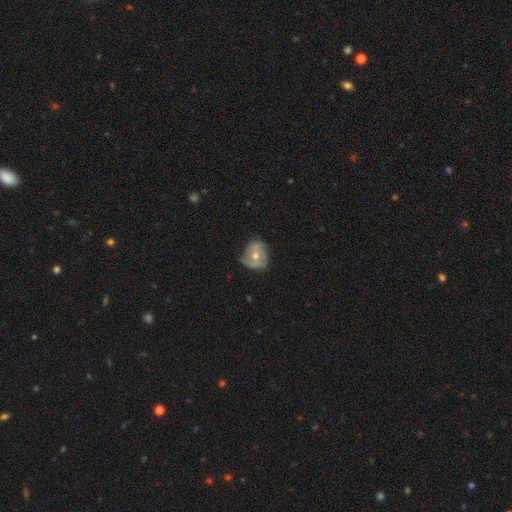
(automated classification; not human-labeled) This is possibly a featured or disk galaxy (59%). It is clearly not viewed edge-on (96%). Bar: likely no (62%). Spiral arm pattern: likely yes (73%). Central bulge: likely moderate (64%). Merging: possibly none (57%).